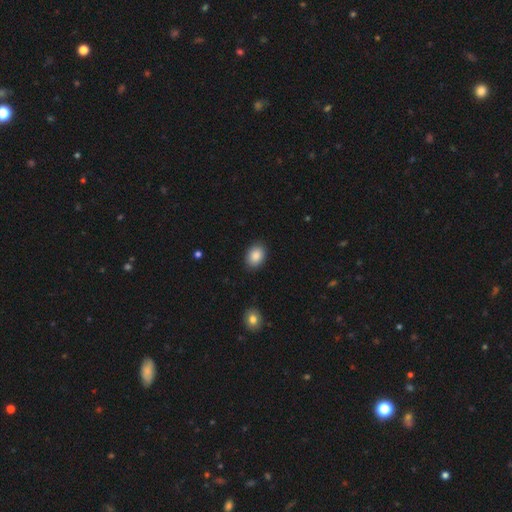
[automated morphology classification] smooth 88%, star or artifact 8%, featured or disk 5%. Down the decision tree: how rounded — in between (78%); merging — none (88%).